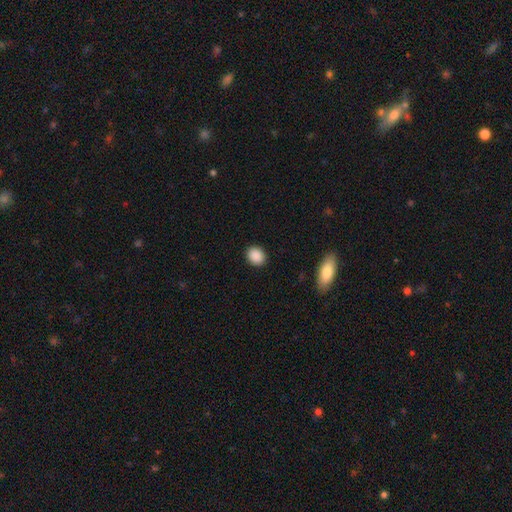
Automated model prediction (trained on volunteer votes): Smooth or featured? Predicted: smooth (p=0.89). How rounded? Predicted: round (p=0.61). Merging? Predicted: none (p=0.90).